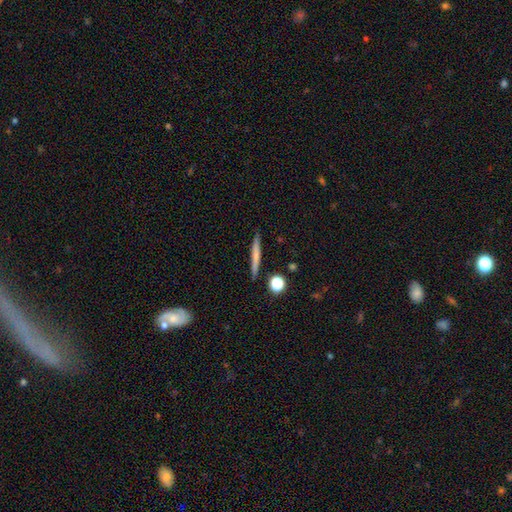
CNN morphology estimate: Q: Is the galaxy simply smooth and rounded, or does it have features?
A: smooth — 61%.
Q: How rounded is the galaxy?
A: cigar-shaped — 94%.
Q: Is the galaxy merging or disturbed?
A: none — 89%.